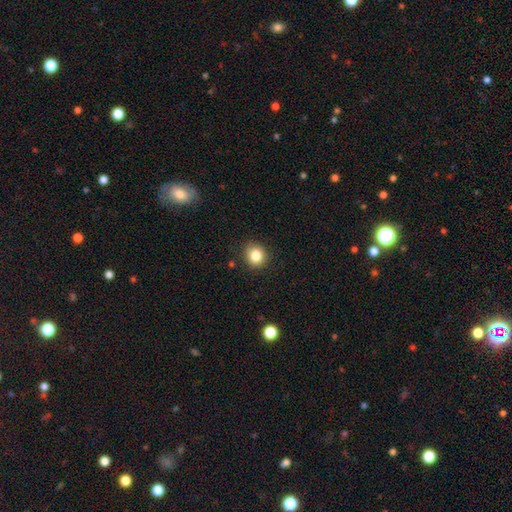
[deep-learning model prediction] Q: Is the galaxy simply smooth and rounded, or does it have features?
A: smooth — 84%.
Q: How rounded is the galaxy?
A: round — 85%.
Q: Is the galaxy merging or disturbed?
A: none — 86%.